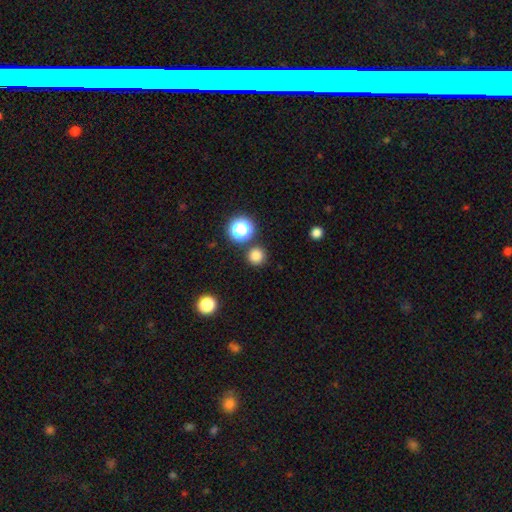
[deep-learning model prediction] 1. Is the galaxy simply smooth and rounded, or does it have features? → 80% smooth, 16% star or artifact, 4% featured or disk.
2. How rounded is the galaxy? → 95% round, 4% in between, 1% cigar-shaped.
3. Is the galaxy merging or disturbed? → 88% none, 6% minor disturbance, 5% merger, 2% major disturbance.